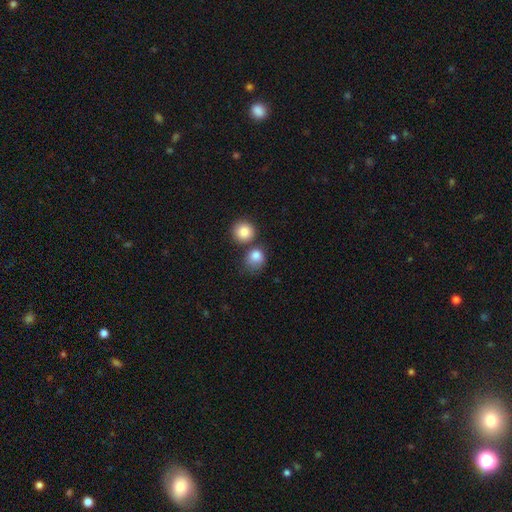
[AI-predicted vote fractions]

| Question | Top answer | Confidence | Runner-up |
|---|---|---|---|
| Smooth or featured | smooth | 84% | star or artifact (10%) |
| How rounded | round | 76% | in between (23%) |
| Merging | none | 48% | merger (31%) |